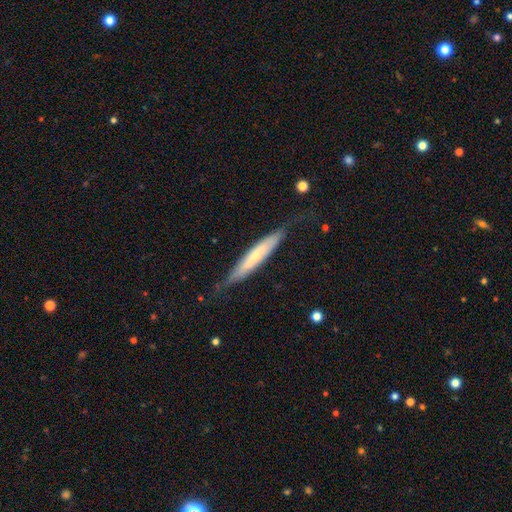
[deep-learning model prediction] The model was most divided on "smooth or featured": smooth: 48%, featured or disk: 46%, star or artifact: 6%. More confident: merging — none (71%).